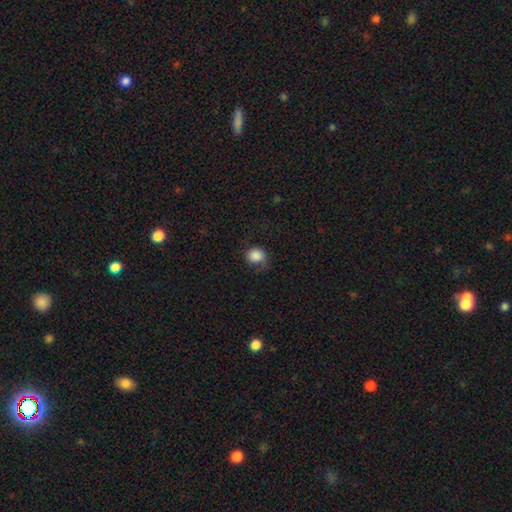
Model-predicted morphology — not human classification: A smooth galaxy with no disk features (84%) that is round (71%). Merging: none (58%).